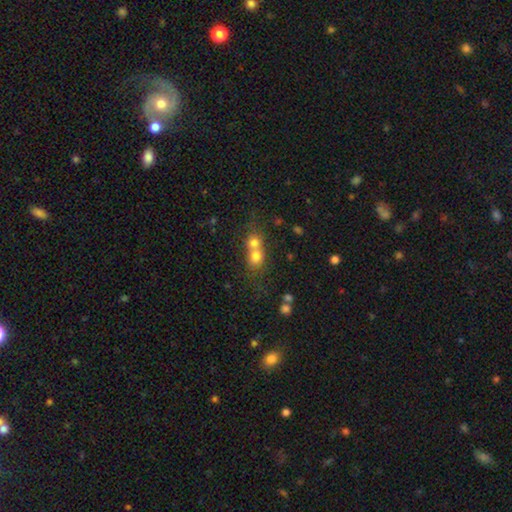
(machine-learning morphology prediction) type=smooth (72%); roundness=round (72%); merging=merger (66%).